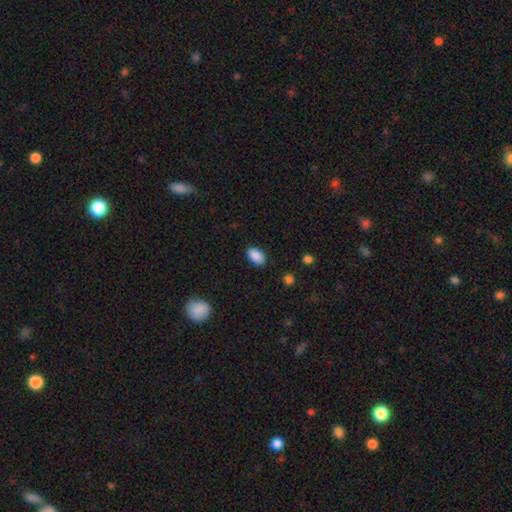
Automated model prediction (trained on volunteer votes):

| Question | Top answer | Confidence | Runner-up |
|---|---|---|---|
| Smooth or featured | smooth | 89% | star or artifact (8%) |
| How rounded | in between | 90% | round (9%) |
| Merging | none | 86% | minor disturbance (10%) |